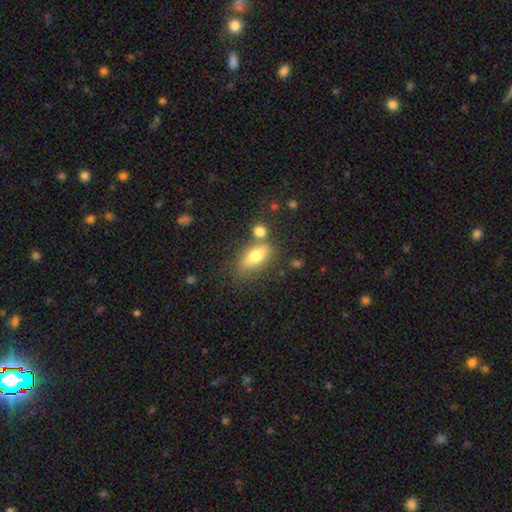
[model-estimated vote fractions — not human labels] Smooth or featured?
  - smooth: 74% *
  - featured or disk: 18%
  - star or artifact: 8%
How rounded?
  - in between: 82% *
  - cigar-shaped: 11%
  - round: 6%
Merging?
  - none: 56% *
  - merger: 21%
  - minor disturbance: 16%
  - major disturbance: 7%